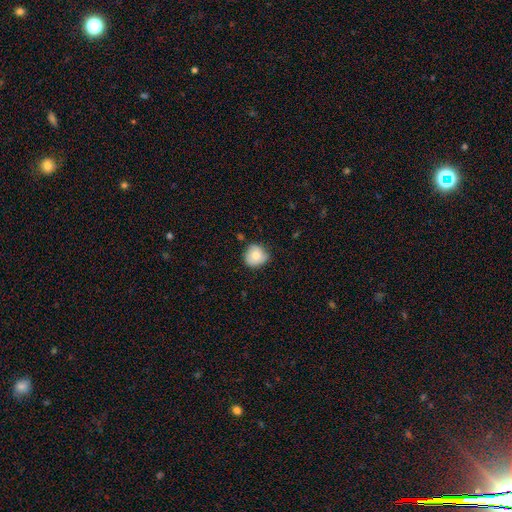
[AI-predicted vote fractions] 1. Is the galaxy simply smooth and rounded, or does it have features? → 77% smooth, 15% featured or disk, 8% star or artifact.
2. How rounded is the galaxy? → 86% round, 13% in between, 1% cigar-shaped.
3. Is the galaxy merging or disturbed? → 69% none, 25% minor disturbance, 4% major disturbance, 2% merger.